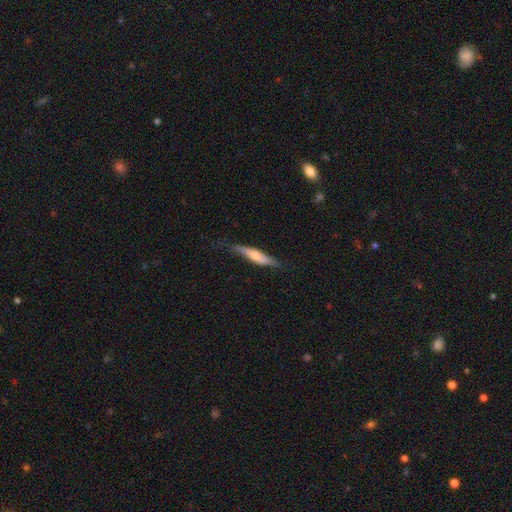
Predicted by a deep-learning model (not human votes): A smooth galaxy with no disk features (52%) that is cigar-shaped (80%).

Vote fractions:
- Smooth or featured? smooth: 52% / featured or disk: 43% / star or artifact: 5%
- How rounded? cigar-shaped: 80% / in between: 18% / round: 2%
- Merging? none: 69% / minor disturbance: 24% / major disturbance: 6% / merger: 2%